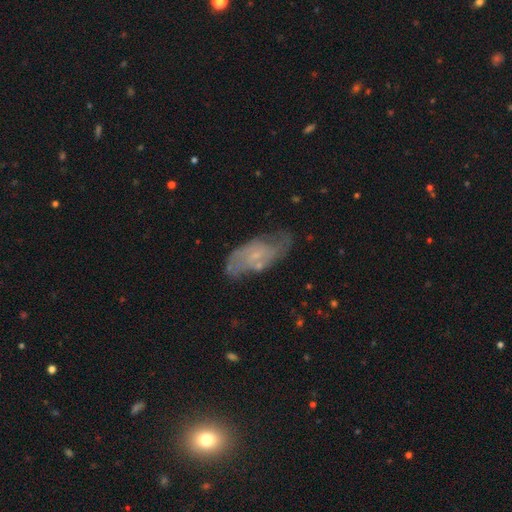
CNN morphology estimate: Smooth or featured: featured or disk — 69% (smooth — 24%)
Edge-on disk: no — 93% (yes — 7%)
Bar: no — 60% (weak — 34%)
Spiral arms: yes — 84% (no — 16%)
Spiral winding: medium — 44% (tight — 30%)
Spiral arm count: 2 — 65% (can't tell — 23%)
Bulge size: small — 73% (none — 12%)
Merging: none — 63% (minor disturbance — 23%)